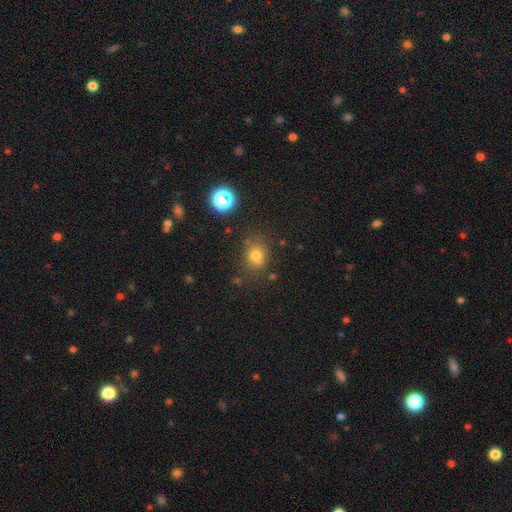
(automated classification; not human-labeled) The model was most divided on "how rounded": round: 65%, in between: 34%, cigar-shaped: 1%. More confident: merging — none (77%); smooth or featured — smooth (73%).